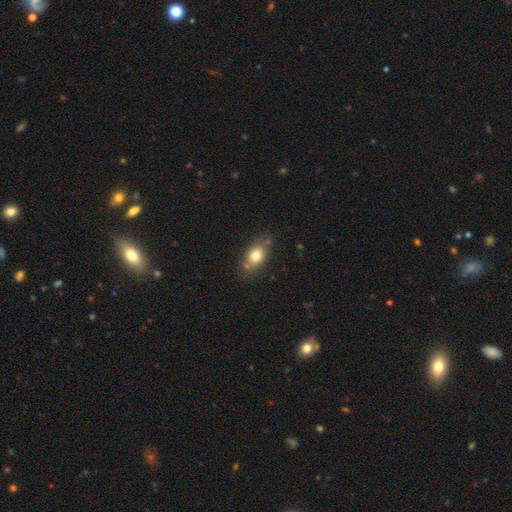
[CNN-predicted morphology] The model was most divided on "merging": none: 71%, minor disturbance: 19%, merger: 6%, major disturbance: 4%. More confident: how rounded — in between (78%); smooth or featured — smooth (77%).